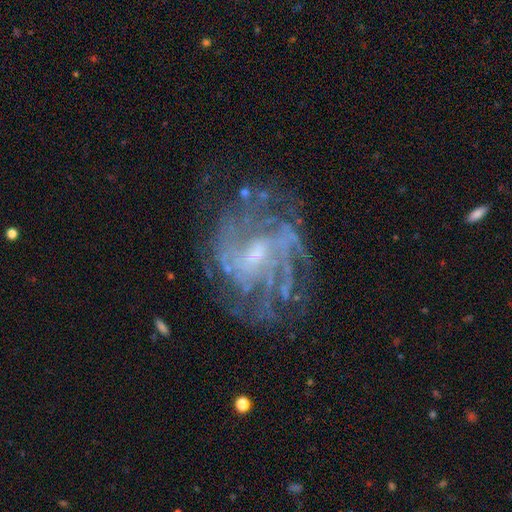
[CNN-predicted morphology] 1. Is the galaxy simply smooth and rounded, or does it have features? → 84% featured or disk, 9% star or artifact, 7% smooth.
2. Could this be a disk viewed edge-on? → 97% no, 3% yes.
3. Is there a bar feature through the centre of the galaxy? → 48% weak, 41% no, 11% strong.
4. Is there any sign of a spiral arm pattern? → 86% yes, 14% no.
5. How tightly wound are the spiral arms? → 46% tight, 39% medium, 15% loose.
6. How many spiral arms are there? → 43% can't tell, 17% 4, 13% 3, 11% 2, 10% more than 4, 6% 1.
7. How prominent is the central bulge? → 45% small, 39% moderate, 12% none, 3% large, 1% dominant.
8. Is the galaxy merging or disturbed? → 64% none, 18% minor disturbance, 16% major disturbance, 2% merger.